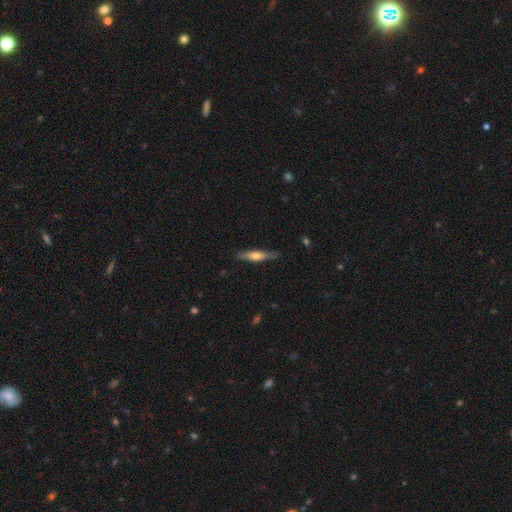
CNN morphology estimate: smooth-or-featured: smooth: 50% | featured or disk: 44% | star or artifact: 6%
  how-rounded: cigar-shaped: 87% | in between: 12% | round: 2%
  merging: none: 82% | minor disturbance: 14% | major disturbance: 2% | merger: 1%